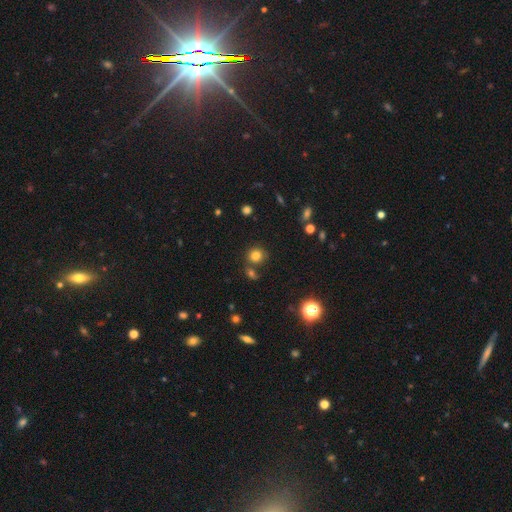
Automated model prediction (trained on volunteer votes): smooth_or_featured: smooth (p=0.79) [alt: star or artifact p=0.15]
how_rounded: round (p=0.88) [alt: in between p=0.11]
merging: none (p=0.73) [alt: merger p=0.14]